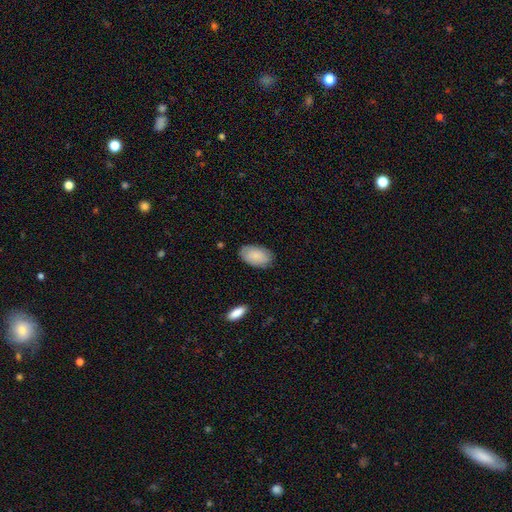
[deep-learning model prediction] Smooth or featured? smooth (86%)
How rounded? in between (95%)
Merging? none (84%)